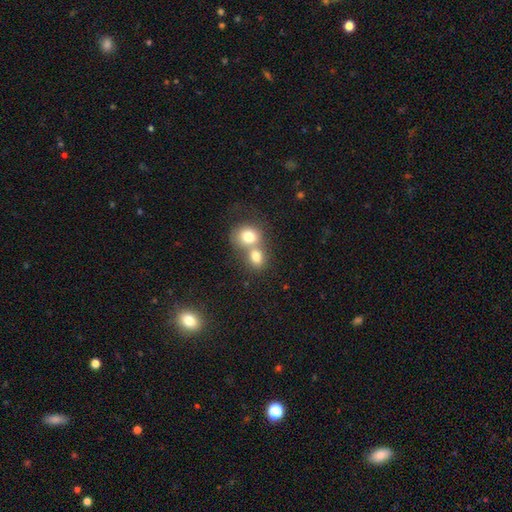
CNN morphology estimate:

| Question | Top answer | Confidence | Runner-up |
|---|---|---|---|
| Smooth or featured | smooth | 75% | featured or disk (14%) |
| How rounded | round | 65% | in between (34%) |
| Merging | merger | 64% | none (27%) |